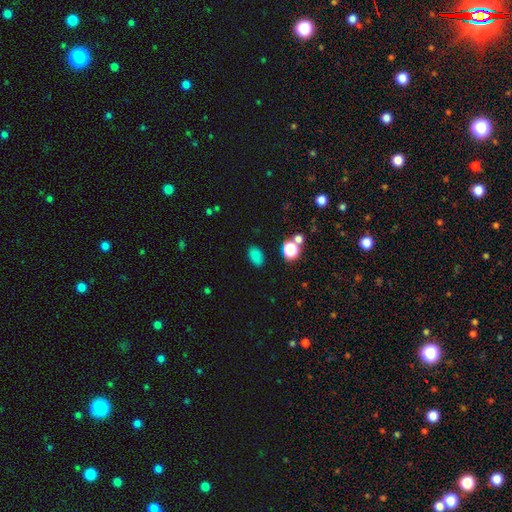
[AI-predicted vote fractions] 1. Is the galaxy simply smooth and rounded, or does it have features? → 78% smooth, 17% star or artifact, 5% featured or disk.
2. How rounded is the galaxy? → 84% in between, 14% round, 2% cigar-shaped.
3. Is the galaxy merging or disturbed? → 83% none, 10% minor disturbance, 3% merger, 3% major disturbance.